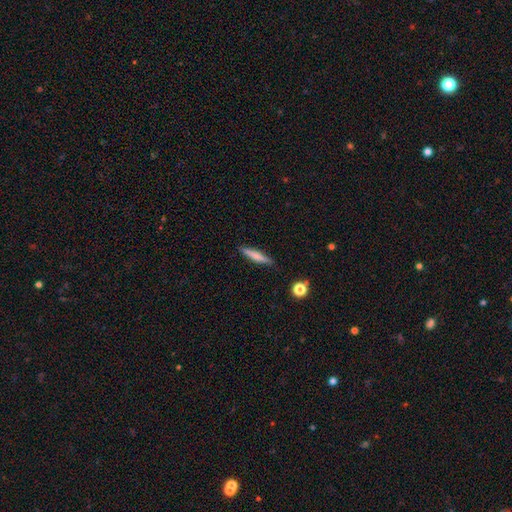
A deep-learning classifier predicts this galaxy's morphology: Overall: smooth (63%; featured or disk 30%). How rounded: cigar-shaped (89%). Merging: none (87%).